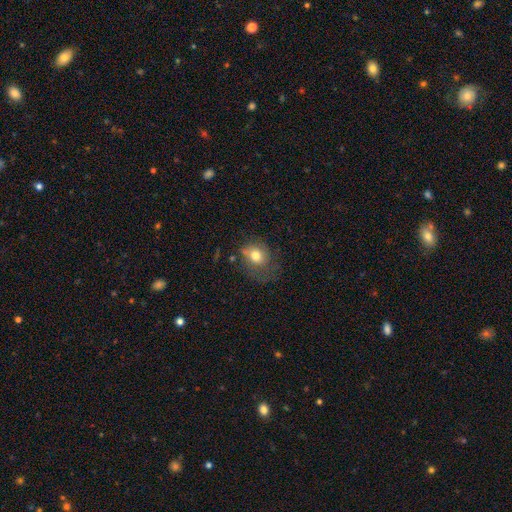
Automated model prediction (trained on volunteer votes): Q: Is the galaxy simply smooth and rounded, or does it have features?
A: smooth — 70%.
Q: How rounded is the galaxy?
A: round — 57%.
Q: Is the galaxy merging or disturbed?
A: none — 45%.